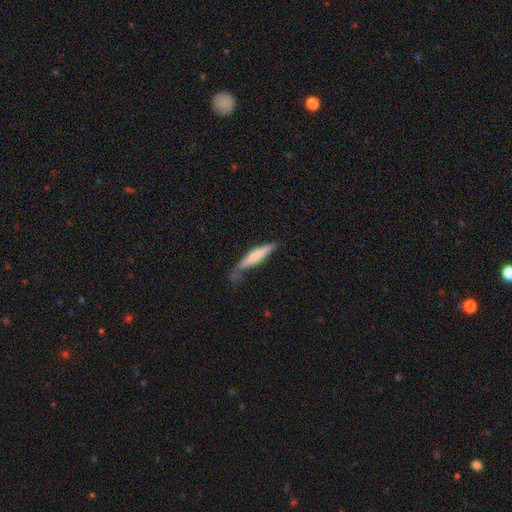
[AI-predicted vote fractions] Q: Smooth or featured?
A: smooth (61%); runner-up: featured or disk (33%)
Q: How rounded?
A: cigar-shaped (88%); runner-up: in between (11%)
Q: Merging?
A: none (56%); runner-up: minor disturbance (29%)